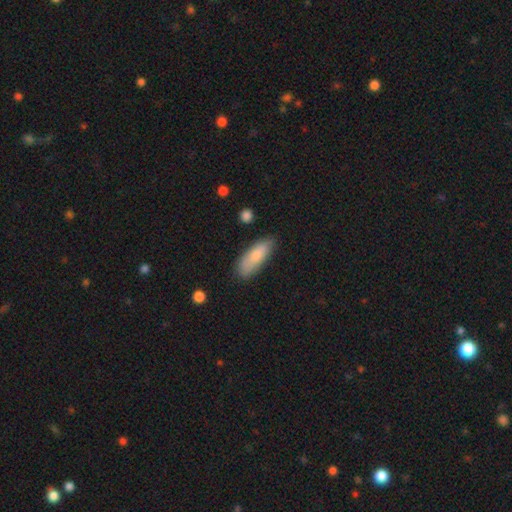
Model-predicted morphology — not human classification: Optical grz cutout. It shows a smooth galaxy with no disk features (79%) that is in between round and cigar-shaped (66%). Merging: none (76%).